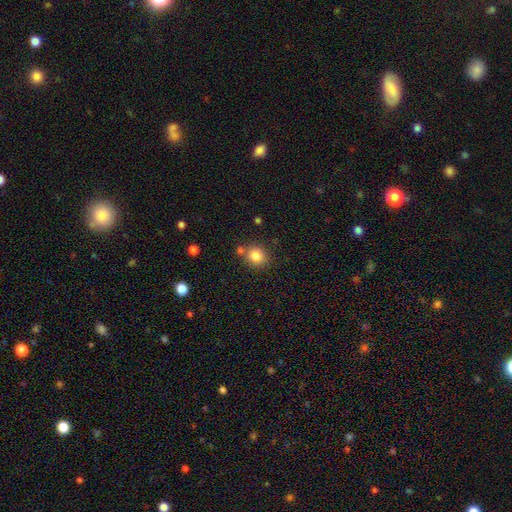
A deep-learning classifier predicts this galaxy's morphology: type=smooth (82%); roundness=round (80%); merging=none (73%).